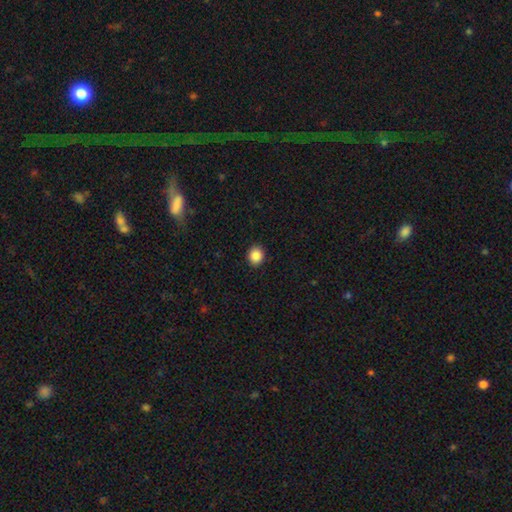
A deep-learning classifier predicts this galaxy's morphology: Smooth or featured?
  - smooth: 87% *
  - star or artifact: 10%
  - featured or disk: 3%
How rounded?
  - round: 77% *
  - in between: 22%
  - cigar-shaped: 1%
Merging?
  - none: 91% *
  - minor disturbance: 6%
  - major disturbance: 2%
  - merger: 1%